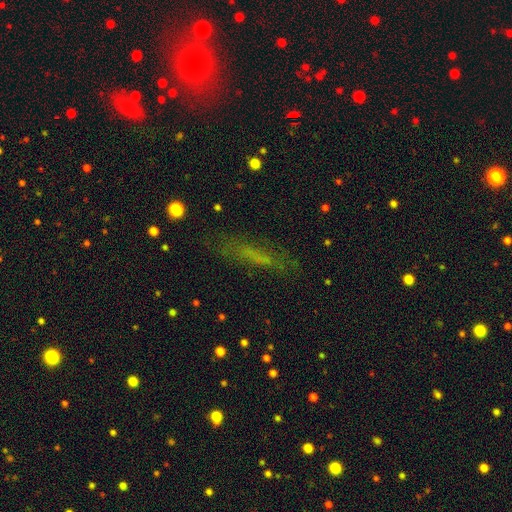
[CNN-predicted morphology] smooth-or-featured: smooth: 55% | featured or disk: 28% | star or artifact: 17%
  how-rounded: cigar-shaped: 80% | in between: 17% | round: 3%
  merging: none: 74% | minor disturbance: 16% | major disturbance: 8% | merger: 2%